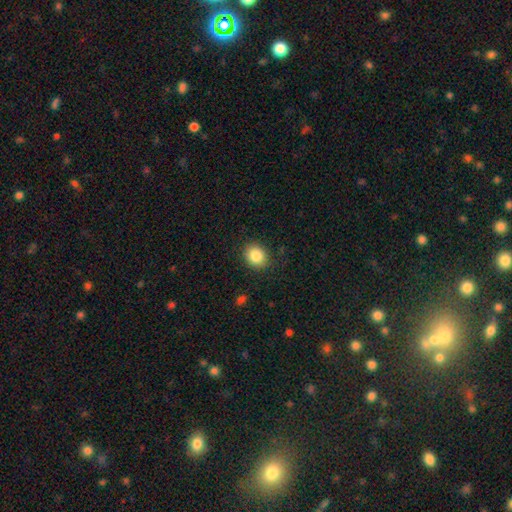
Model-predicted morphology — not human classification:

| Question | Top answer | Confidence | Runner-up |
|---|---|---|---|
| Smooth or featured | smooth | 85% | star or artifact (10%) |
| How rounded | round | 70% | in between (30%) |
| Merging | none | 85% | minor disturbance (11%) |